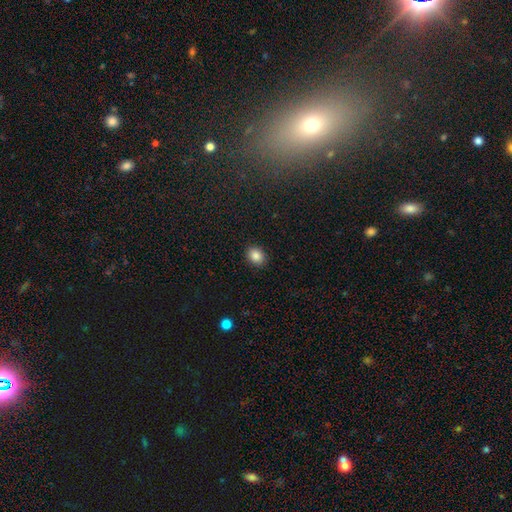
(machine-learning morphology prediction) The model was most divided on "how rounded": round: 52%, in between: 47%, cigar-shaped: 1%. More confident: merging — none (90%); smooth or featured — smooth (86%).